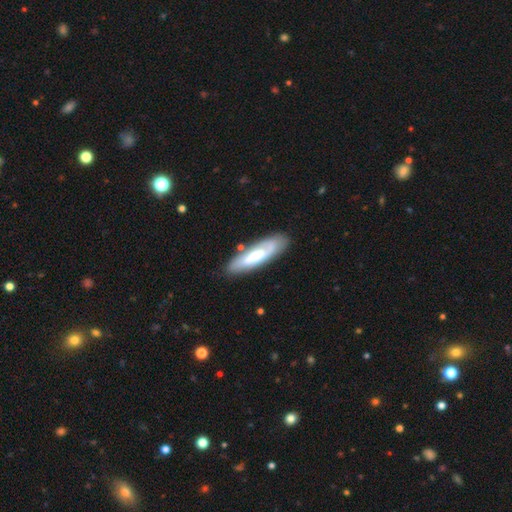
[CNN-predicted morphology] Smooth or featured: featured or disk — 48% (smooth — 46%)
Merging: none — 77% (minor disturbance — 15%)